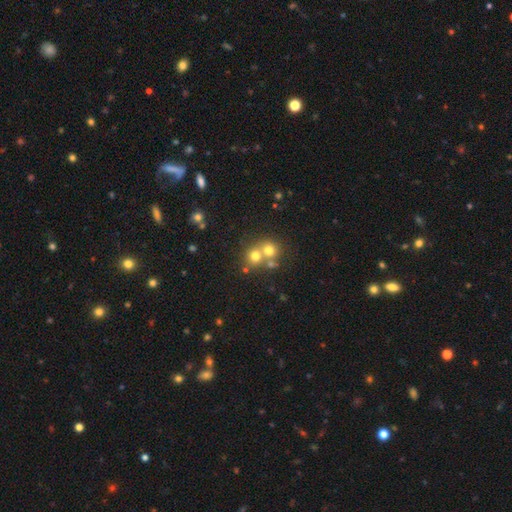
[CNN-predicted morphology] Smooth or featured: smooth — 68% (star or artifact — 16%)
How rounded: round — 85% (in between — 14%)
Merging: merger — 48% (none — 44%)